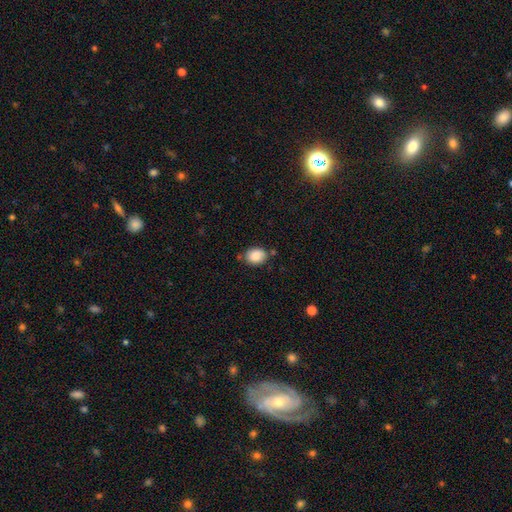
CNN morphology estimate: Q: Smooth or featured?
A: smooth (87%); runner-up: star or artifact (8%)
Q: How rounded?
A: in between (61%); runner-up: round (38%)
Q: Merging?
A: none (71%); runner-up: minor disturbance (19%)